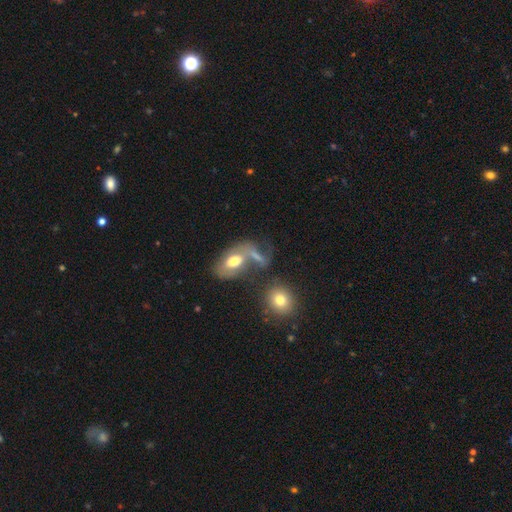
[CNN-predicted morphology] Smooth or featured: smooth — 45% (featured or disk — 42%)
Merging: merger — 36% (none — 34%)